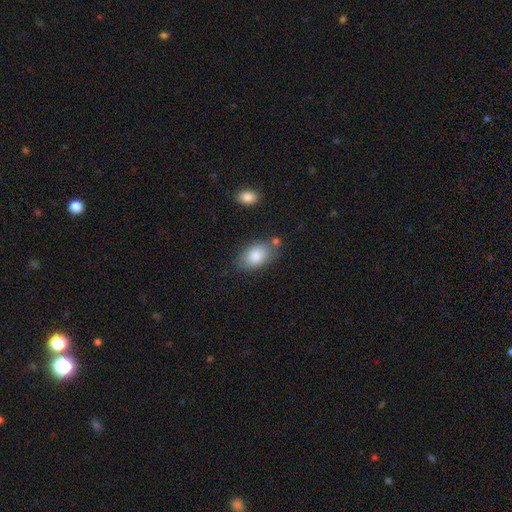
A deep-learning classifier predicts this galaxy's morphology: This appears to be a smooth galaxy with no disk features (83%) that is in between round and cigar-shaped (90%). Merging: none (68%).